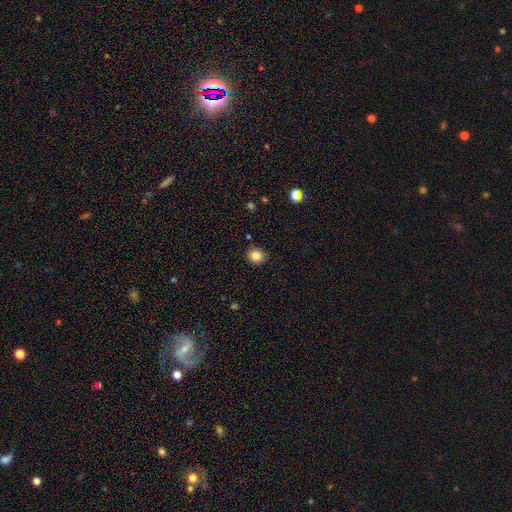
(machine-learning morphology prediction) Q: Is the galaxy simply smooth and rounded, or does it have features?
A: smooth — 85%.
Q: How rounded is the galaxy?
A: round — 71%.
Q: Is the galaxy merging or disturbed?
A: none — 85%.